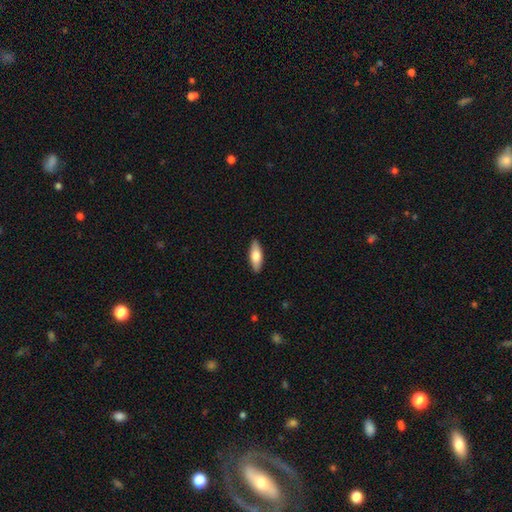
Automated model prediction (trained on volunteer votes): Smooth or featured: smooth — 69% (featured or disk — 25%)
How rounded: in between — 65% (cigar-shaped — 33%)
Merging: none — 90% (minor disturbance — 8%)